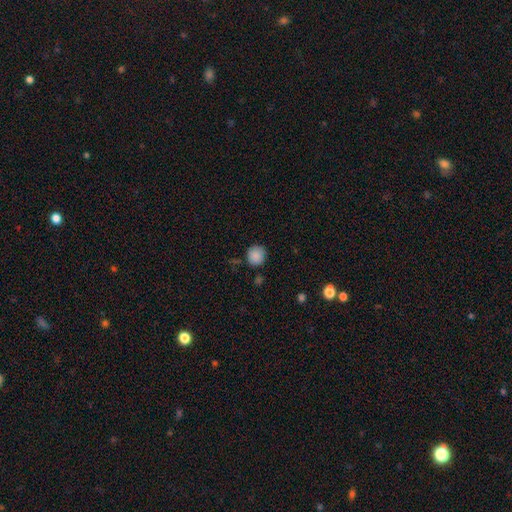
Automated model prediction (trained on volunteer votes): Smooth or featured? smooth (87%)
How rounded? round (90%)
Merging? none (81%)